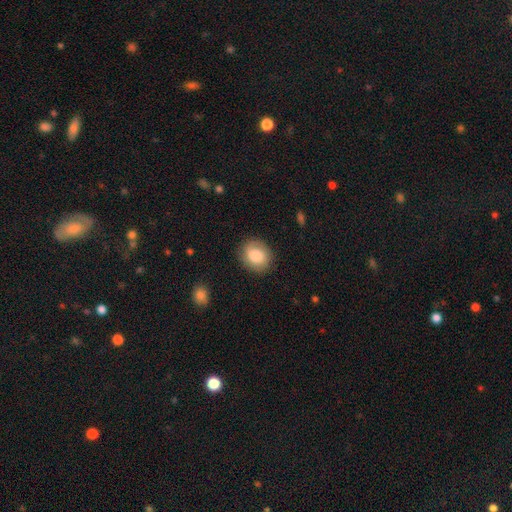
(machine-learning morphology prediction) smooth_or_featured: smooth (p=0.83) [alt: featured or disk p=0.10]
how_rounded: round (p=0.65) [alt: in between p=0.34]
merging: none (p=0.85) [alt: minor disturbance p=0.11]